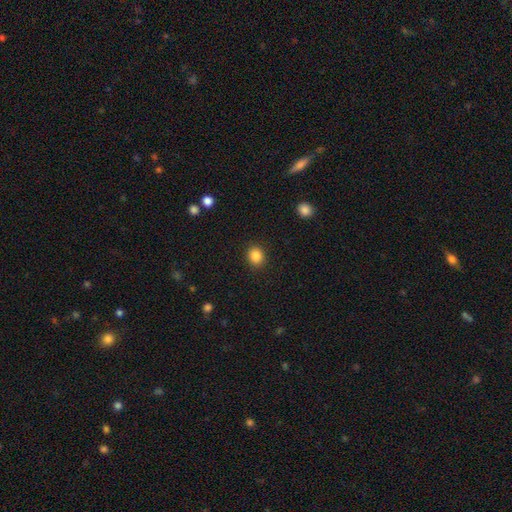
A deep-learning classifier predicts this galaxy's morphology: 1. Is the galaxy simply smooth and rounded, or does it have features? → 86% smooth, 10% star or artifact, 4% featured or disk.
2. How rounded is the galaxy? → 72% round, 27% in between, 1% cigar-shaped.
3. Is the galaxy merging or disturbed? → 90% none, 6% minor disturbance, 2% major disturbance, 1% merger.